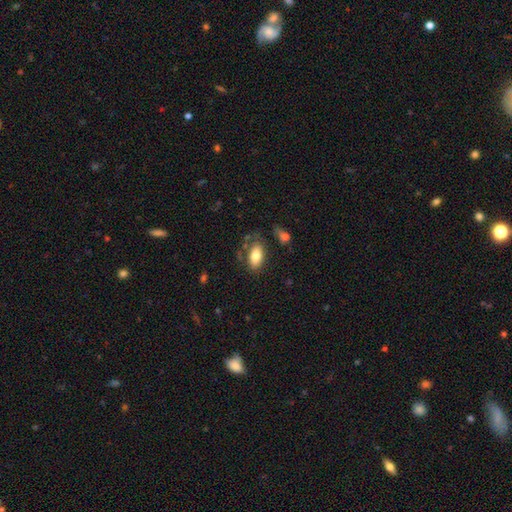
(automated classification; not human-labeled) Smooth or featured? smooth (80%)
How rounded? in between (92%)
Merging? none (66%)